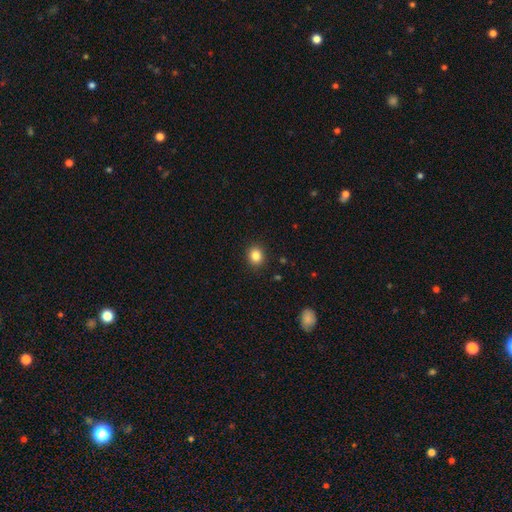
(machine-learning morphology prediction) This is clearly a smooth galaxy (84%). How rounded: likely round (75%). Merging: clearly none (91%).